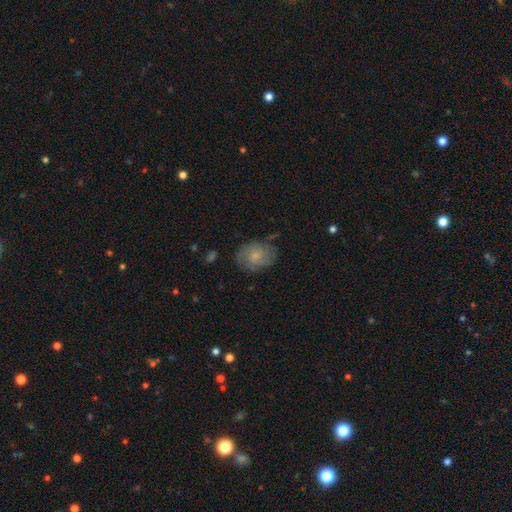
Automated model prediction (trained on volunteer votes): Overall: featured or disk (54%; smooth 38%). Edge-on disk: no (97%). Bar: no (67%; weak 29%). Spiral arms: yes (85%). Bulge size: small (44%; moderate 29%). Merging: none (71%).